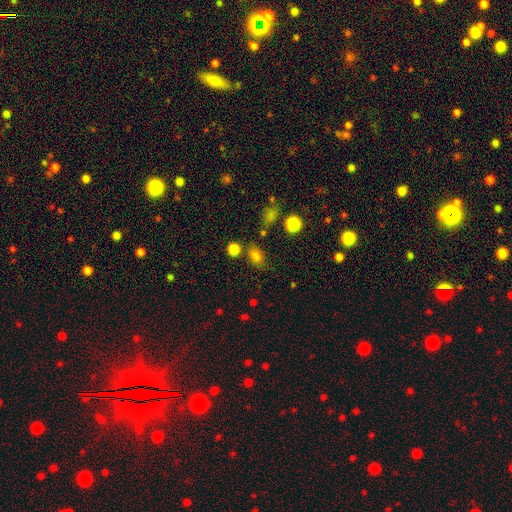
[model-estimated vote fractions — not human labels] smooth-or-featured: smooth: 80% | star or artifact: 14% | featured or disk: 6%
  how-rounded: in between: 69% | round: 29% | cigar-shaped: 2%
  merging: none: 71% | minor disturbance: 15% | merger: 9% | major disturbance: 5%